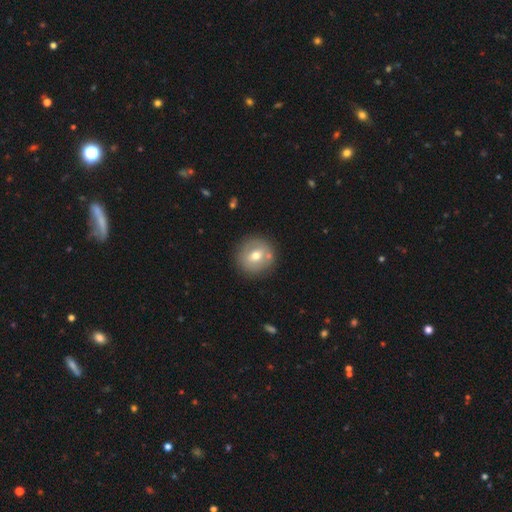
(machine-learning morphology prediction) This appears to be a smooth galaxy with no disk features (60%) that is round (90%). Merging: none (81%).